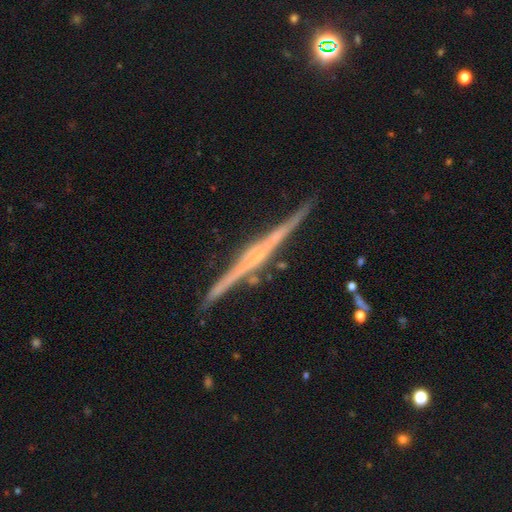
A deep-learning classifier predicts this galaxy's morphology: Smooth or featured: featured or disk — 84% (smooth — 10%)
Edge-on disk: yes — 98% (no — 2%)
Edge-on bulge: rounded — 44% (none — 35%)
Merging: none — 87% (minor disturbance — 9%)